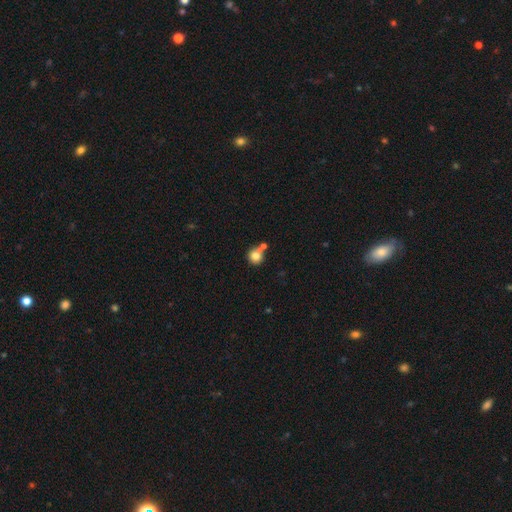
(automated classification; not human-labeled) Overall: smooth (79%). How rounded: round (88%). Merging: none (55%; merger 31%).